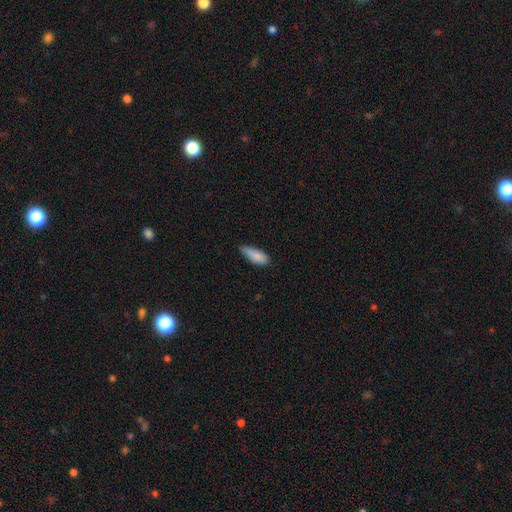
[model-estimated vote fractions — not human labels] smooth_or_featured: smooth (p=0.87) [alt: featured or disk p=0.07]
how_rounded: in between (p=0.67) [alt: cigar-shaped p=0.31]
merging: none (p=0.64) [alt: minor disturbance p=0.31]